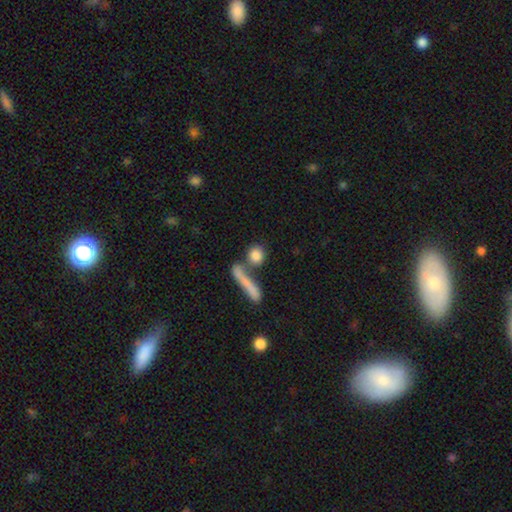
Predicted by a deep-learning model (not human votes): A smooth galaxy with no disk features (79%) that is round (62%). Merging: none (55%).